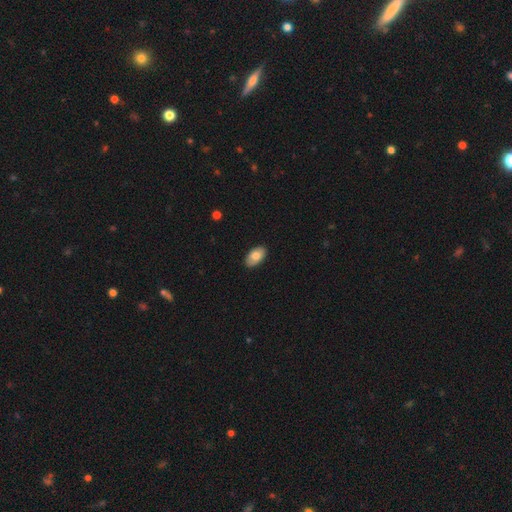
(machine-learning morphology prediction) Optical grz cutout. It shows a smooth galaxy with no disk features (78%) that is in between round and cigar-shaped (94%). Merging: none (88%).